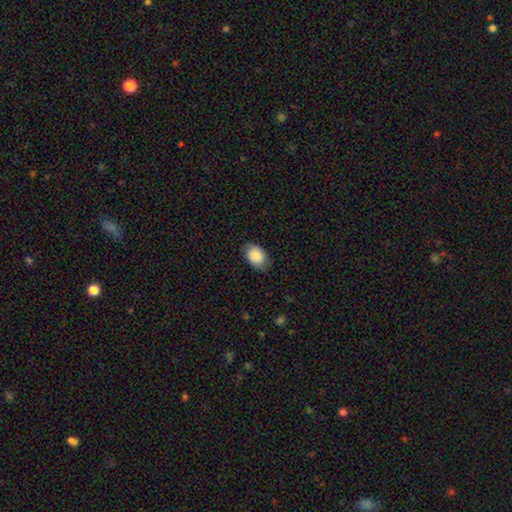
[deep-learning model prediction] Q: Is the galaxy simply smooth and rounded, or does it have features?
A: smooth — 86%.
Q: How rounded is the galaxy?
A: in between — 83%.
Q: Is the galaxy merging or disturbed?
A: none — 78%.